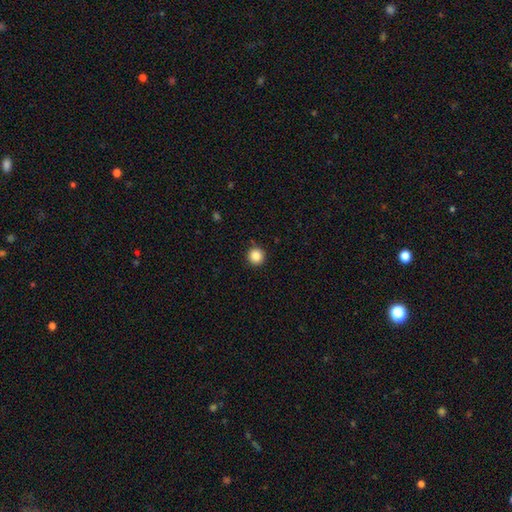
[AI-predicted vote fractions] The model was most divided on "smooth or featured": smooth: 86%, star or artifact: 10%, featured or disk: 4%. More confident: how rounded — round (96%); merging — none (91%).